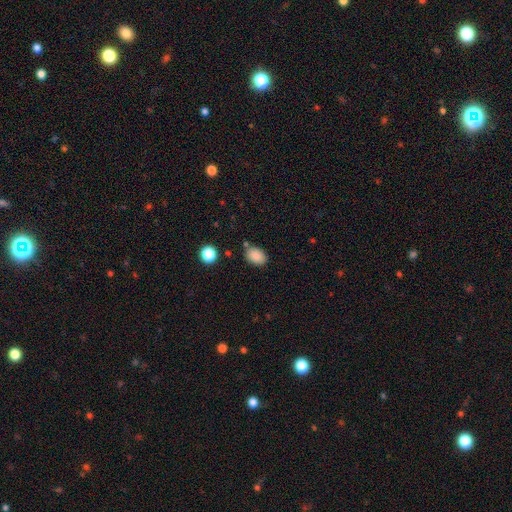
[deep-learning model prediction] smooth 86%, star or artifact 9%, featured or disk 4%. Down the decision tree: how rounded — in between (78%); merging — none (77%).